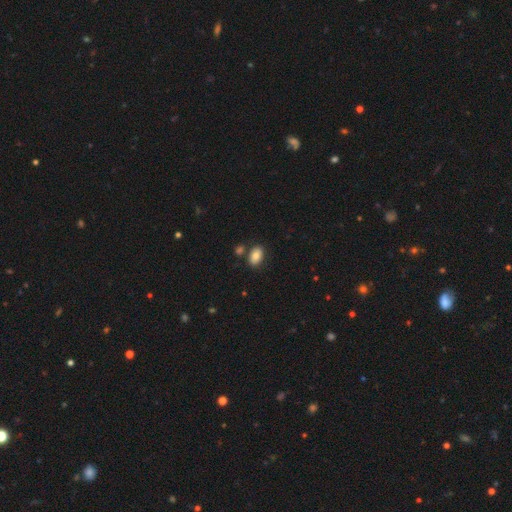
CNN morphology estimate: Smooth or featured? smooth (84%)
How rounded? in between (91%)
Merging? none (77%)